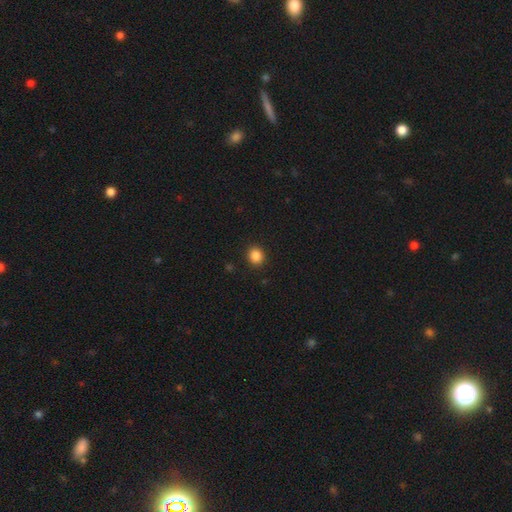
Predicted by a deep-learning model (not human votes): Overall: smooth (86%). How rounded: round (77%). Merging: none (91%).